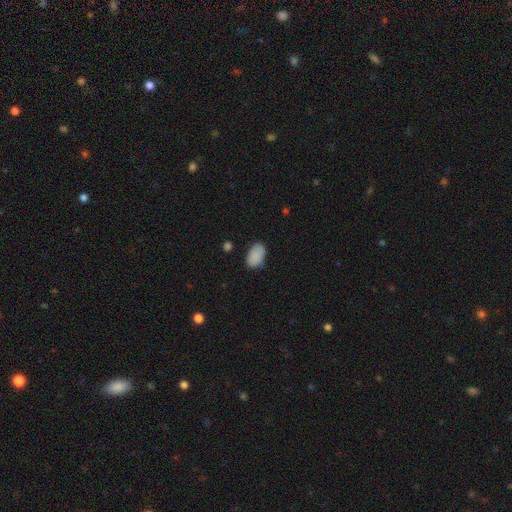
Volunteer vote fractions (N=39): This is clearly a smooth galaxy (85%). How rounded: clearly in between (91%). Merging: clearly none (81%).